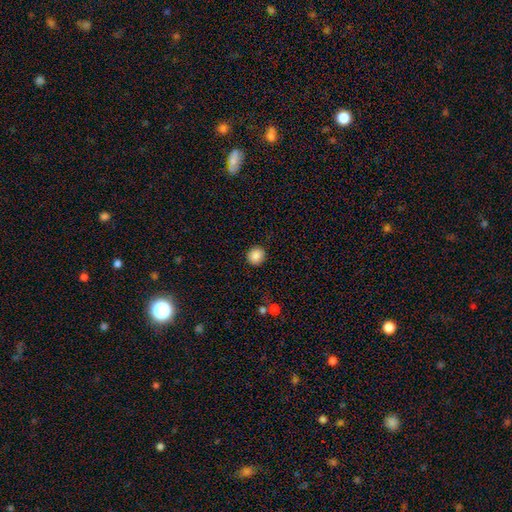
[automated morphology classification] This appears to be a smooth galaxy with no disk features (87%) that is round (87%). Merging: none (90%).